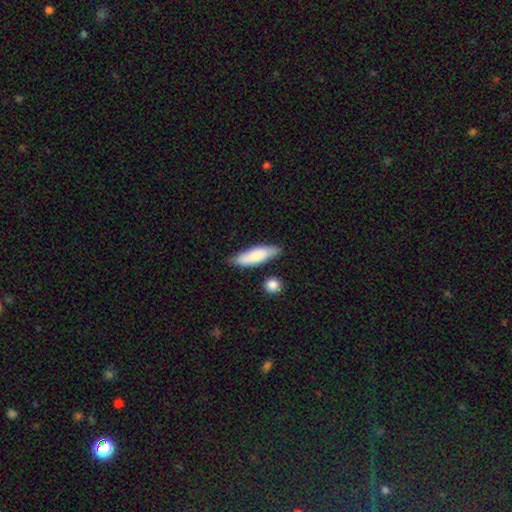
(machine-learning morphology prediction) Overall: smooth (75%). How rounded: in between (49%, tied with cigar-shaped). Merging: none (75%).